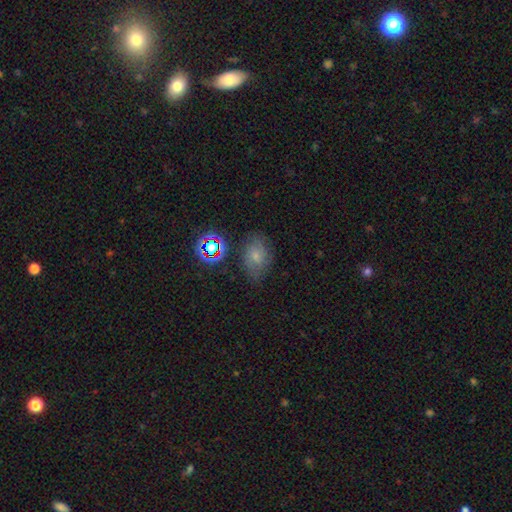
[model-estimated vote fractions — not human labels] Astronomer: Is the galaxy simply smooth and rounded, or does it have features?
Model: smooth — 51% (runner-up: featured or disk, 29%).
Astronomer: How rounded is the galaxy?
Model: in between — 70%.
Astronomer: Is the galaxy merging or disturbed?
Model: none — 67%.